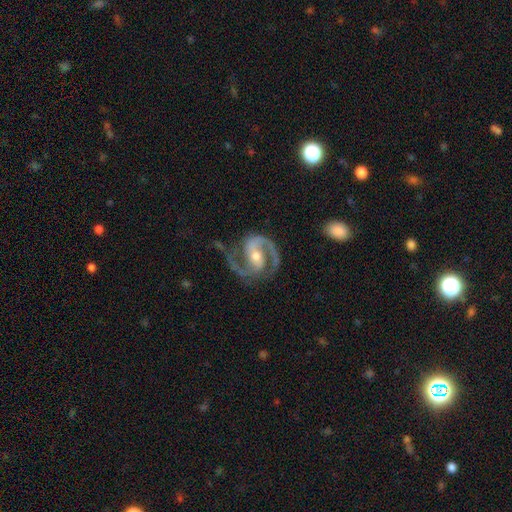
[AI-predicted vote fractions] featured or disk 93%, star or artifact 4%, smooth 3%. Down the decision tree: edge-on disk — no (98%); bar — weak (39%); spiral arms — yes (98%); spiral arm count — 2 (93%); spiral winding — medium (64%); bulge size — moderate (58%); merging — none (75%).